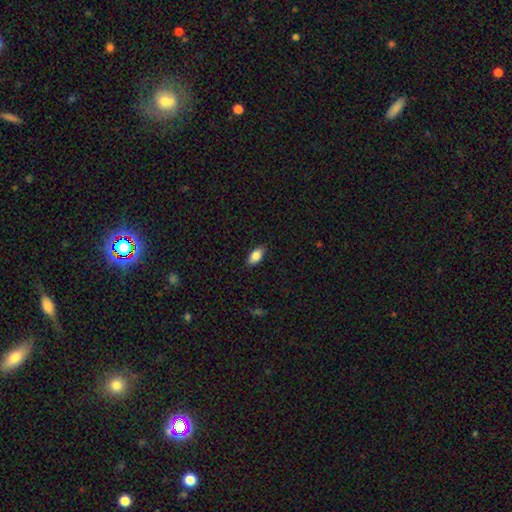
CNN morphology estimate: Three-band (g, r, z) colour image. It shows a smooth galaxy with no disk features (84%) that is in between round and cigar-shaped (90%). Merging: none (87%).